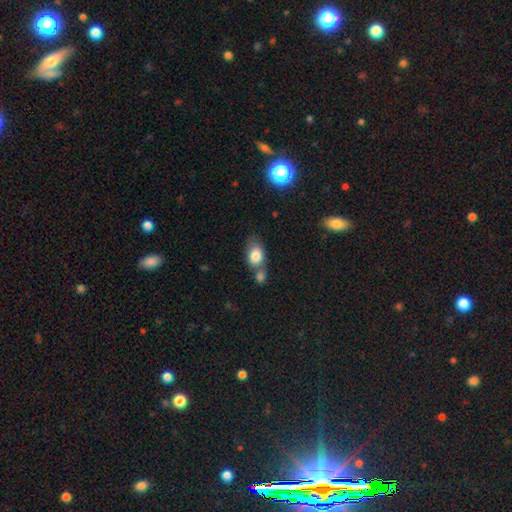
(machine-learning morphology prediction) Q: Smooth or featured?
A: smooth (80%); runner-up: featured or disk (13%)
Q: How rounded?
A: in between (79%); runner-up: round (19%)
Q: Merging?
A: merger (41%); runner-up: none (37%)